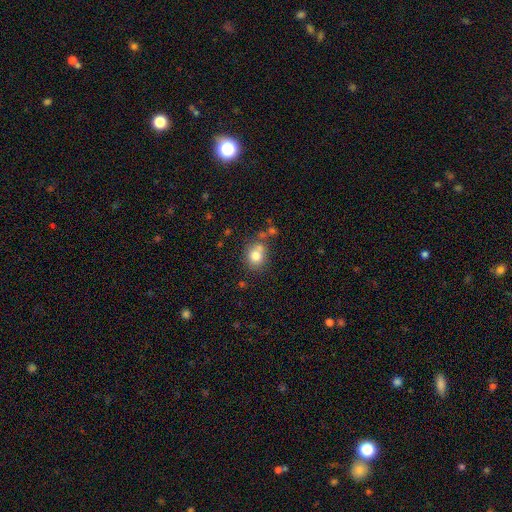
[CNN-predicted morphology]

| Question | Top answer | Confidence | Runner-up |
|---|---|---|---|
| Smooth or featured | smooth | 77% | featured or disk (12%) |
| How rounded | round | 70% | in between (29%) |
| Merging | none | 60% | merger (19%) |